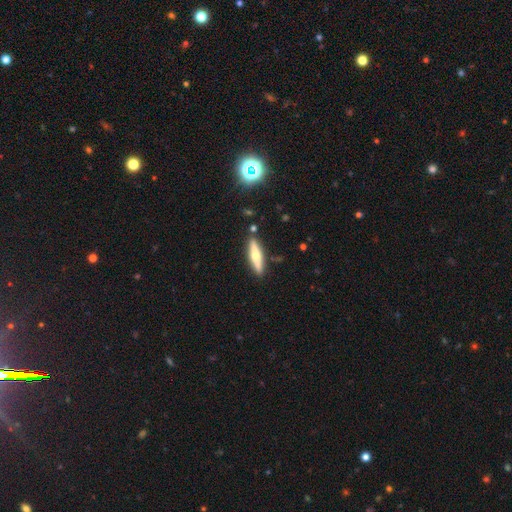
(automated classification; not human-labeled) smooth_or_featured: featured or disk (p=0.53) [alt: smooth p=0.41]
disk_edge_on: yes (p=0.95) [alt: no p=0.05]
edge_on_bulge: rounded (p=0.88) [alt: boxy p=0.06]
merging: none (p=0.87) [alt: minor disturbance p=0.08]